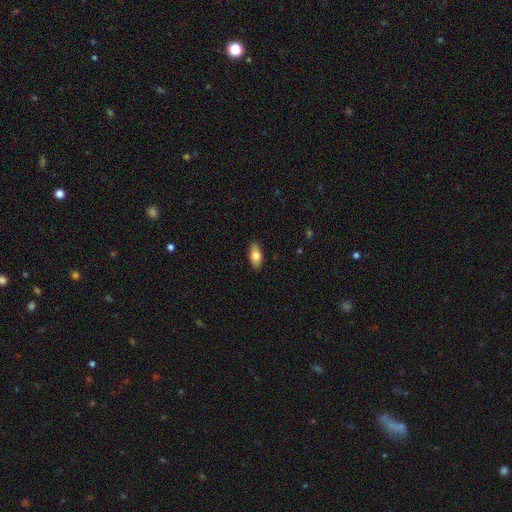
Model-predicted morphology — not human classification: smooth 78%, featured or disk 16%, star or artifact 6%. Down the decision tree: how rounded — in between (87%); merging — none (88%).